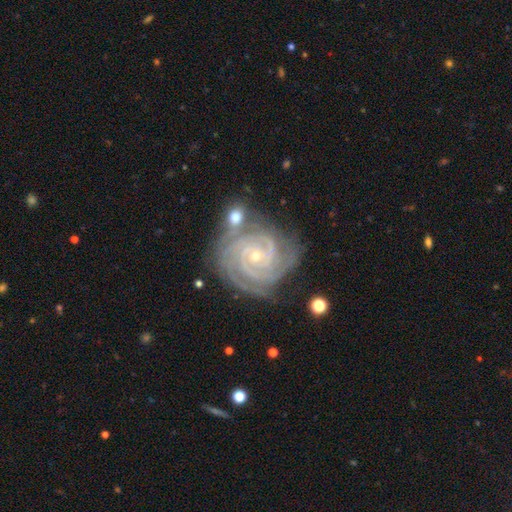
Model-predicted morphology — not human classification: Smooth or featured? featured or disk (92%)
Edge-on disk? no (98%)
Bar? no (64%)
Spiral arms? yes (99%)
Spiral winding? tight (84%)
Spiral arm count? 3 (33%)
Bulge size? small (80%)
Merging? none (67%)